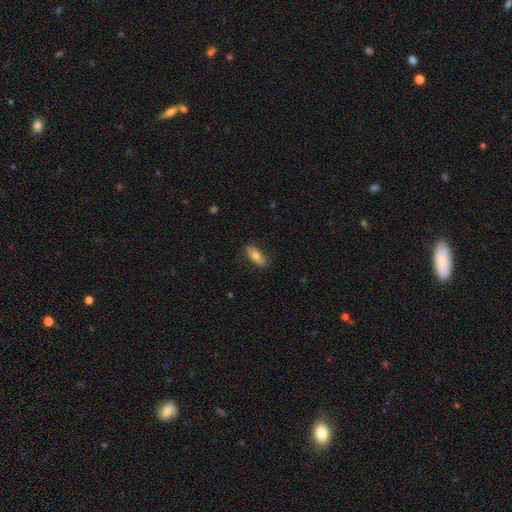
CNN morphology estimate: This is likely a smooth galaxy (69%). How rounded: likely in between (76%). Merging: clearly none (81%).